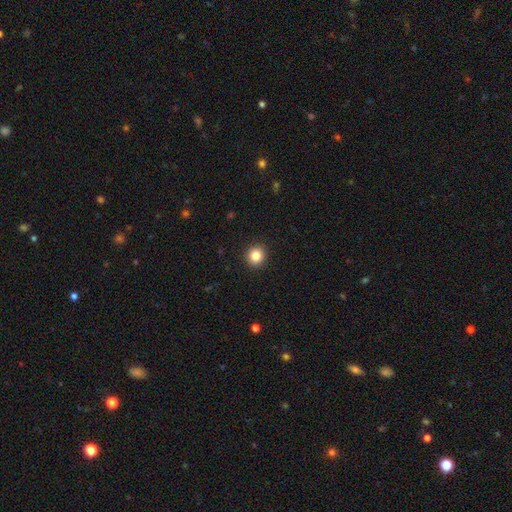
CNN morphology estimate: This appears to be a smooth galaxy with no disk features (84%) that is round (87%). Merging: none (92%).